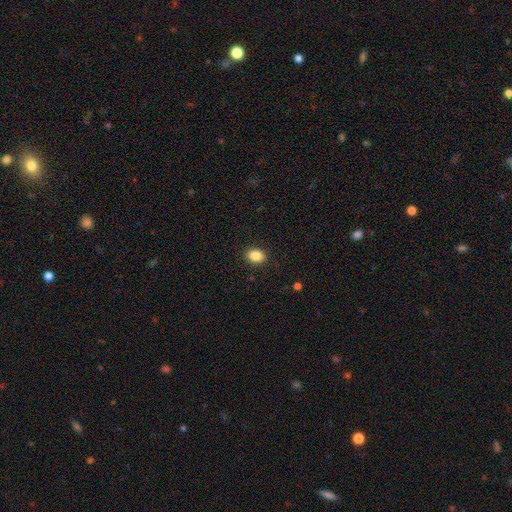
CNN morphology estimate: This is clearly a smooth galaxy (87%). How rounded: likely in between (69%). Merging: clearly none (90%).